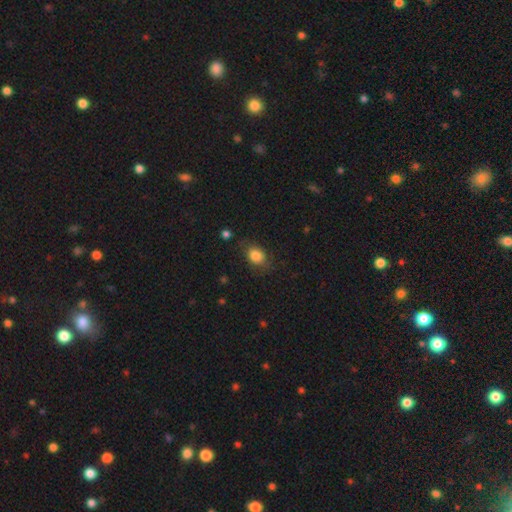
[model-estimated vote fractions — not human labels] smooth-or-featured: smooth: 83% | star or artifact: 9% | featured or disk: 7%
  how-rounded: in between: 64% | round: 35% | cigar-shaped: 1%
  merging: none: 75% | minor disturbance: 18% | major disturbance: 6% | merger: 2%